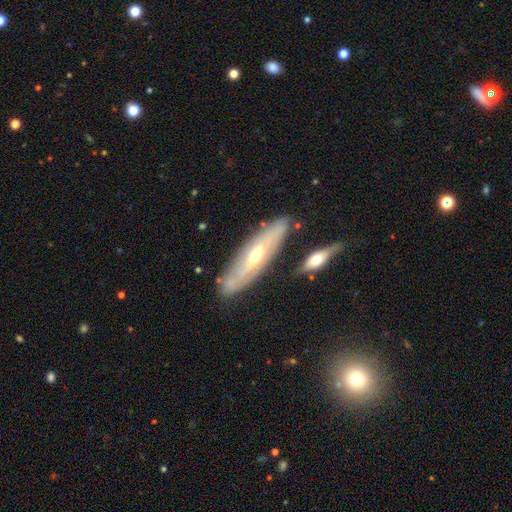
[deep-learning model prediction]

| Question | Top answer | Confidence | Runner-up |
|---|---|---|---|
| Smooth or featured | featured or disk | 69% | smooth (24%) |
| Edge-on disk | no | 56% | yes (44%) |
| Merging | none | 80% | minor disturbance (13%) |